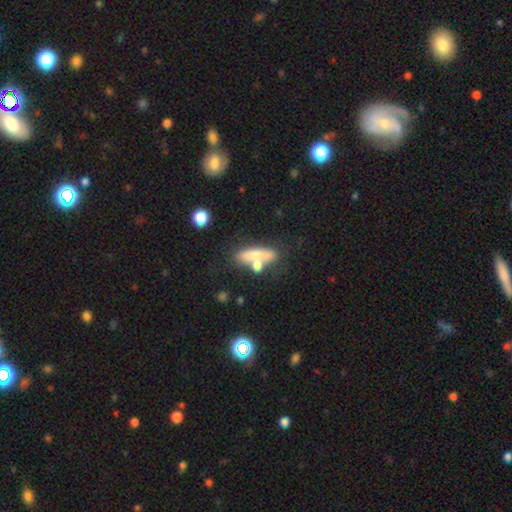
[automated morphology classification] The model was most divided on "how rounded": cigar-shaped: 56%, in between: 38%, round: 6%. Remaining: smooth or featured — smooth (65%); merging — none (50%).